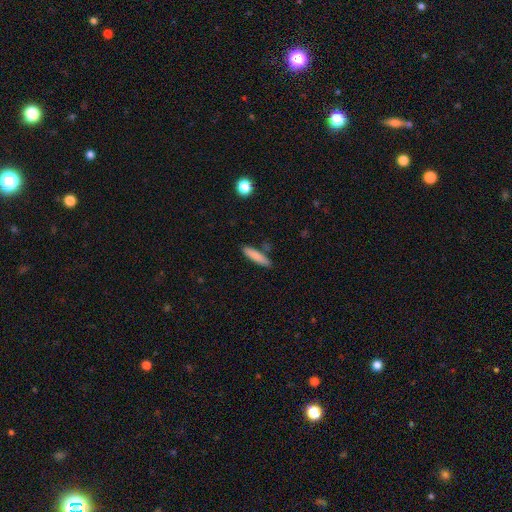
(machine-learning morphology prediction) Smooth or featured? smooth (81%)
How rounded? cigar-shaped (82%)
Merging? none (82%)